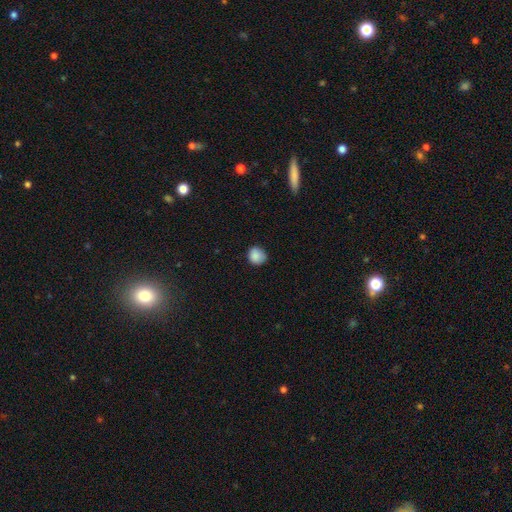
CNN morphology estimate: The model was most divided on "merging": none: 77%, minor disturbance: 19%, major disturbance: 3%, merger: 1%. More confident: smooth or featured — smooth (87%); how rounded — round (85%).